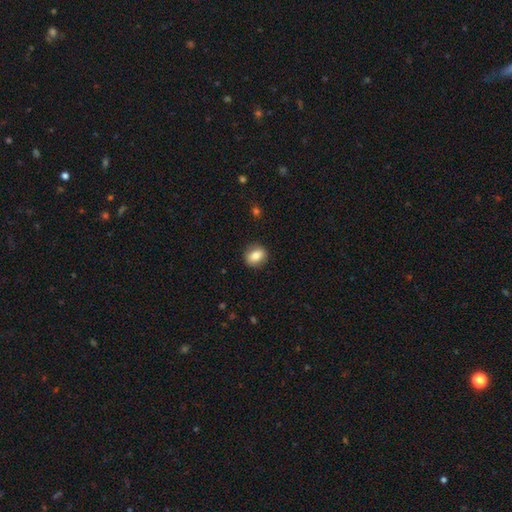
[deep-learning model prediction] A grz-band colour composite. It shows a smooth galaxy with no disk features (81%) that is round (56%). Merging: none (89%).